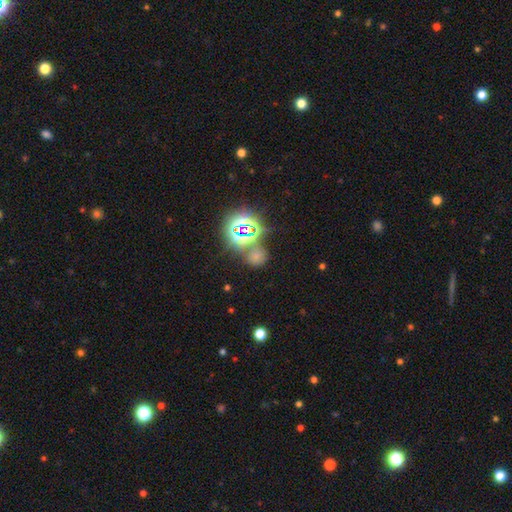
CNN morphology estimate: This is possibly a star or artifact rather than a galaxy (48%).